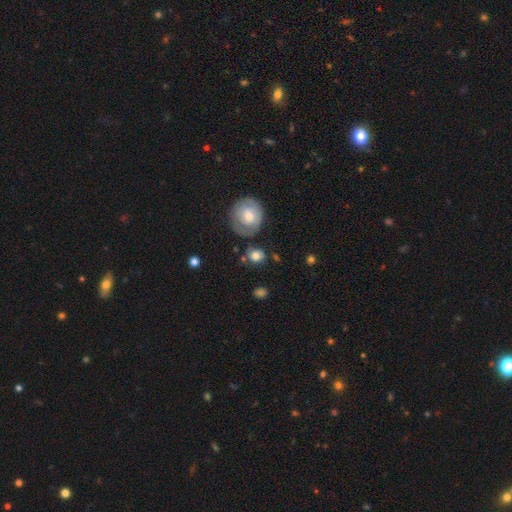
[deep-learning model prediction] smooth-or-featured: smooth: 80% | featured or disk: 11% | star or artifact: 8%
  how-rounded: round: 76% | in between: 23% | cigar-shaped: 1%
  merging: none: 71% | minor disturbance: 16% | merger: 7% | major disturbance: 6%